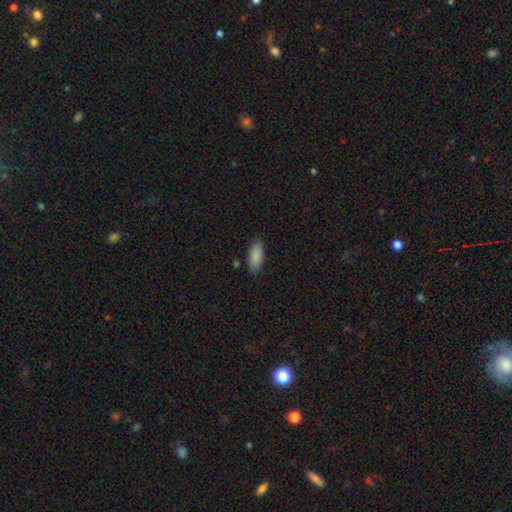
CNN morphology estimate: Smooth or featured? Predicted: smooth (p=0.89). How rounded? Predicted: in between (p=0.84). Merging? Predicted: none (p=0.85).